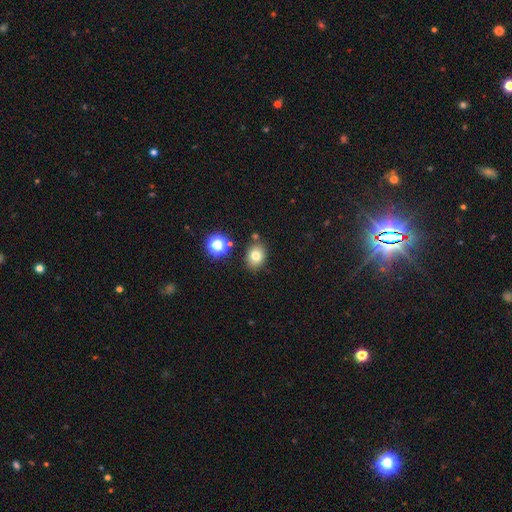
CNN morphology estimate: The model was most divided on "how rounded": in between: 53%, round: 46%, cigar-shaped: 1%. More confident: merging — none (81%); smooth or featured — smooth (76%).